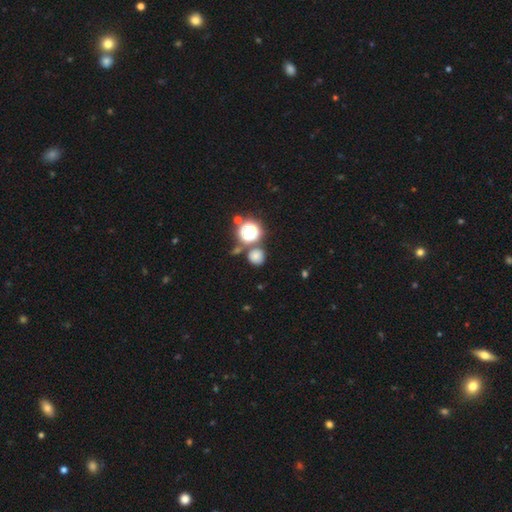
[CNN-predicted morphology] Q: Smooth or featured?
A: smooth (70%); runner-up: star or artifact (22%)
Q: How rounded?
A: round (89%); runner-up: in between (10%)
Q: Merging?
A: none (76%); runner-up: merger (12%)